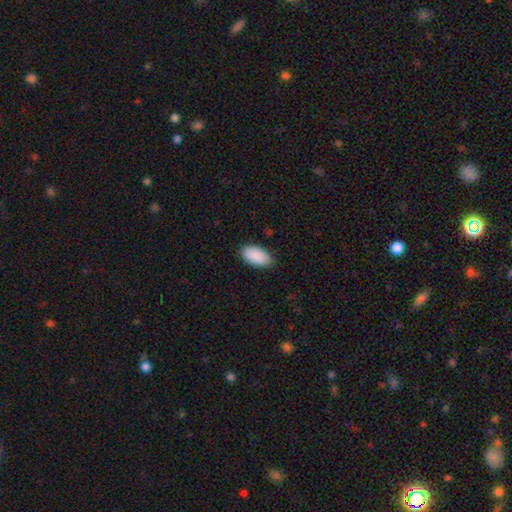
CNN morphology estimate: type=smooth (91%); roundness=in between (96%); merging=none (87%).